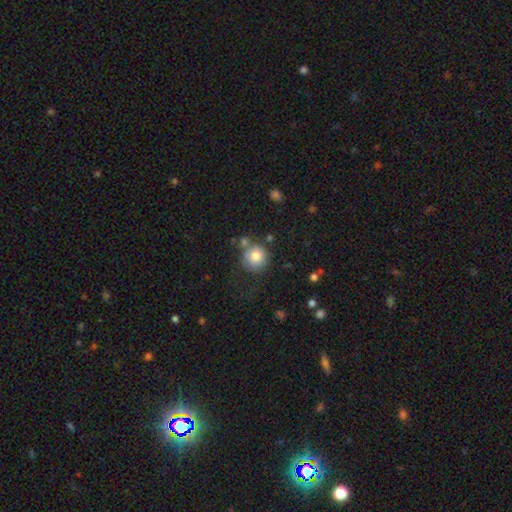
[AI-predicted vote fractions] smooth-or-featured: smooth: 80% | featured or disk: 10% | star or artifact: 10%
  how-rounded: round: 92% | in between: 7% | cigar-shaped: 1%
  merging: none: 70% | minor disturbance: 14% | merger: 11% | major disturbance: 5%